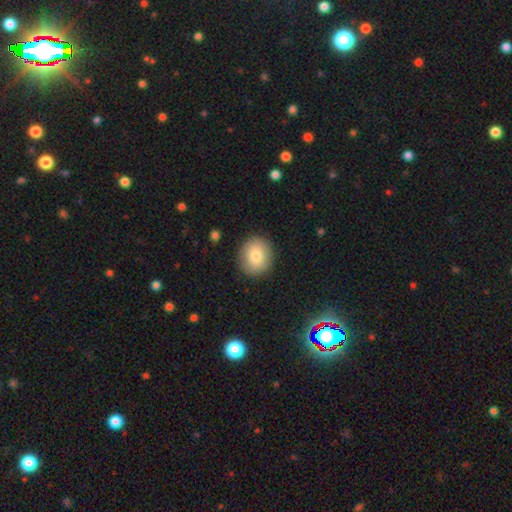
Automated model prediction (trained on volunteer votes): Smooth or featured: smooth — 80% (featured or disk — 11%)
How rounded: round — 79% (in between — 20%)
Merging: none — 90% (minor disturbance — 7%)